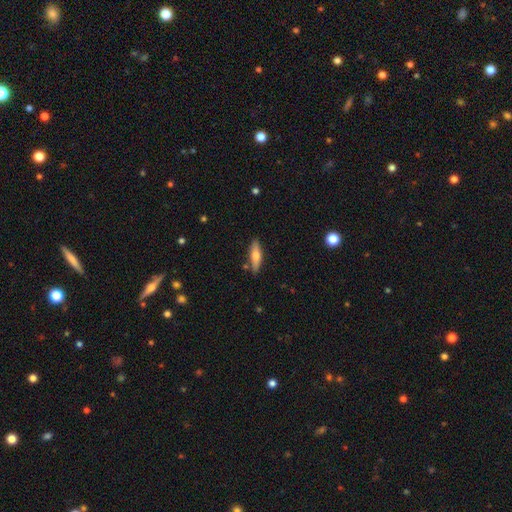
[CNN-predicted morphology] The model was most divided on "smooth or featured": smooth: 57%, featured or disk: 37%, star or artifact: 6%. More confident: merging — none (83%); how rounded — cigar-shaped (63%).